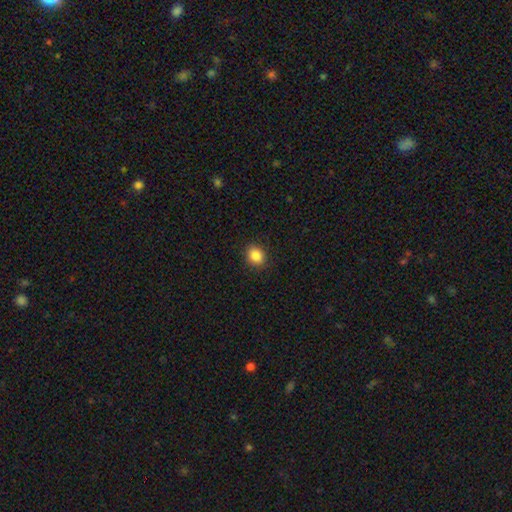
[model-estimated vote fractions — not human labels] This appears to be a smooth galaxy with no disk features (86%) that is round (68%). Merging: none (90%).